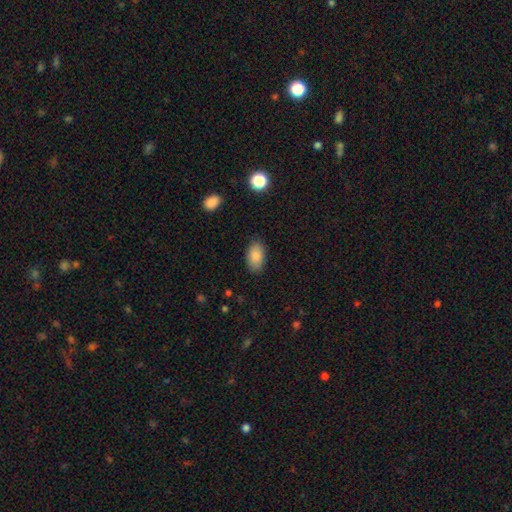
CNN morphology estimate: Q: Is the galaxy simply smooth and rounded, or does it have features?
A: smooth — 87%.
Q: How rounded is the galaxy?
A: in between — 93%.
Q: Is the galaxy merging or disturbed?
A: none — 87%.